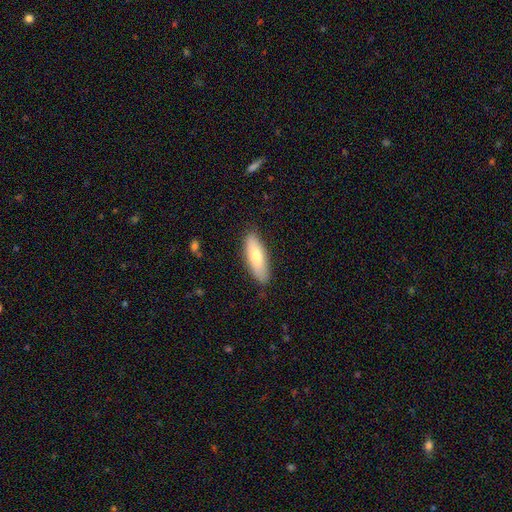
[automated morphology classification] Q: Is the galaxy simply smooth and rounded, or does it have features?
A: smooth — 71%.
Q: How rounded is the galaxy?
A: in between — 55%.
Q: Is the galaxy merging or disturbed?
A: none — 87%.